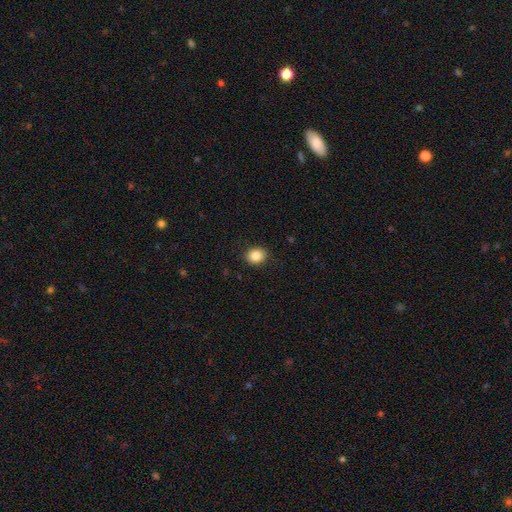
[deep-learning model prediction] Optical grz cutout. It shows a smooth galaxy with no disk features (86%) that is round (62%). Merging: none (89%).